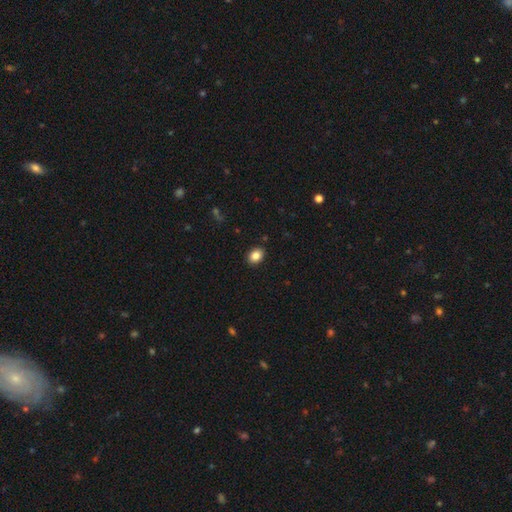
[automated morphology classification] Smooth or featured?
  - smooth: 85% *
  - star or artifact: 9%
  - featured or disk: 5%
How rounded?
  - in between: 63% *
  - round: 36%
  - cigar-shaped: 1%
Merging?
  - none: 90% *
  - minor disturbance: 7%
  - major disturbance: 2%
  - merger: 1%